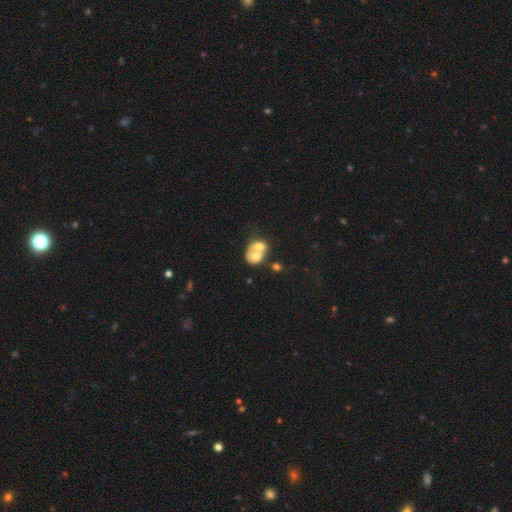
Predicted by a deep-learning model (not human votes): This appears to be a smooth galaxy with no disk features (55%) that is in between round and cigar-shaped (54%). Merging: merger (75%).